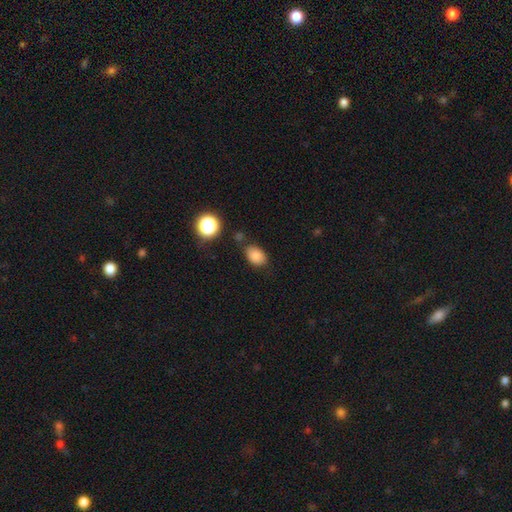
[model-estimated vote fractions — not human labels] A smooth galaxy with no disk features (83%) that is in between round and cigar-shaped (80%). Merging: none (73%).